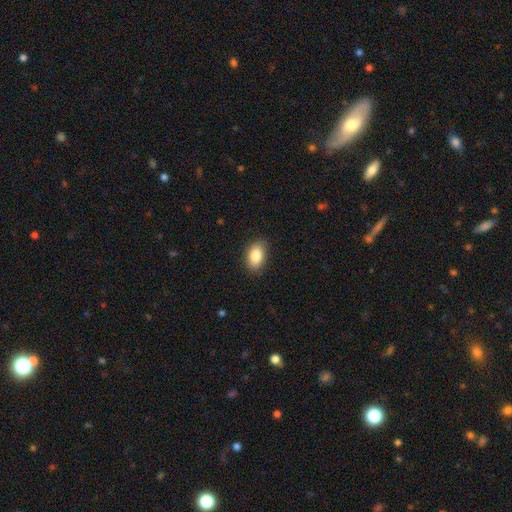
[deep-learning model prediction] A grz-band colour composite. It shows a smooth galaxy with no disk features (85%) that is in between round and cigar-shaped (88%). Merging: none (85%).